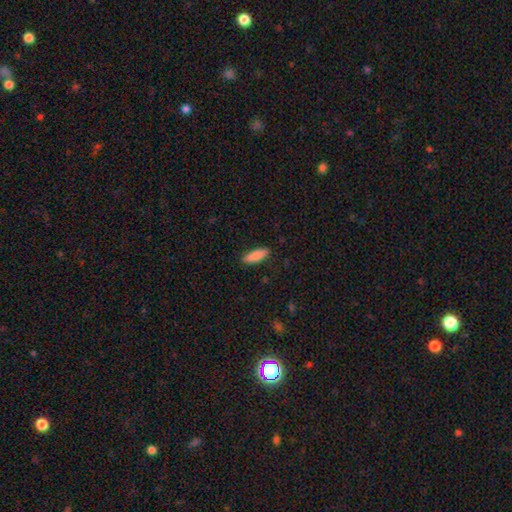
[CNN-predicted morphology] smooth-or-featured: smooth: 88% | star or artifact: 6% | featured or disk: 6%
  how-rounded: in between: 56% | cigar-shaped: 42% | round: 2%
  merging: none: 88% | minor disturbance: 9% | major disturbance: 2% | merger: 1%